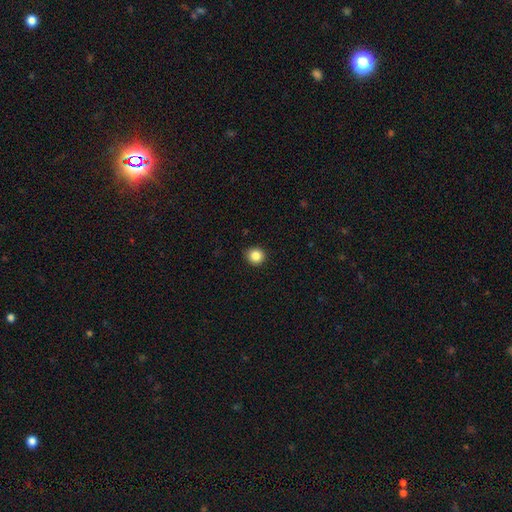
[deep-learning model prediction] smooth 86%, star or artifact 10%, featured or disk 4%. Down the decision tree: how rounded — round (90%); merging — none (91%).